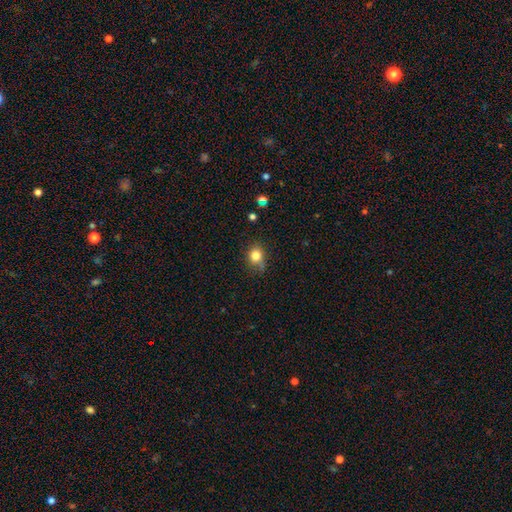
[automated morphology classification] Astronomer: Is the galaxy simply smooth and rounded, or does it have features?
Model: smooth — 81%.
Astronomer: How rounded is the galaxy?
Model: round — 67%.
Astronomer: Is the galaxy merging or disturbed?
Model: none — 61%.